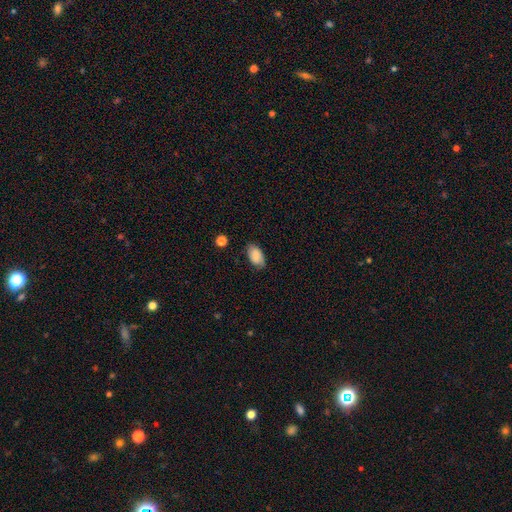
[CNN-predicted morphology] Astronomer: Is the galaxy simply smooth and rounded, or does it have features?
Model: smooth — 85%.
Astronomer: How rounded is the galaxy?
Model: in between — 93%.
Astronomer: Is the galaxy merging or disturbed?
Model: none — 74%.